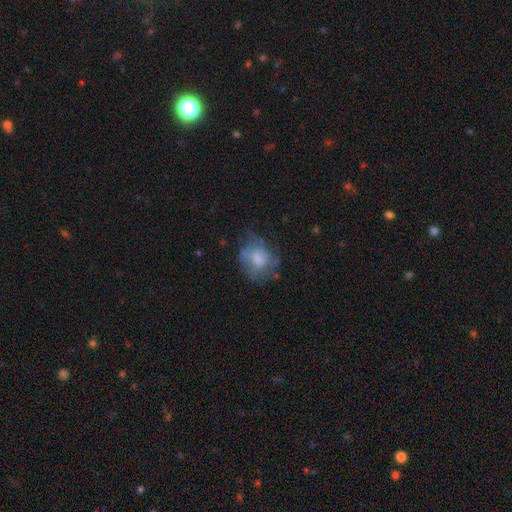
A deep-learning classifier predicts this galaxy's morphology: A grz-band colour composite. It shows a smooth galaxy with no disk features (53%) that is round (55%). Merging: none (49%).